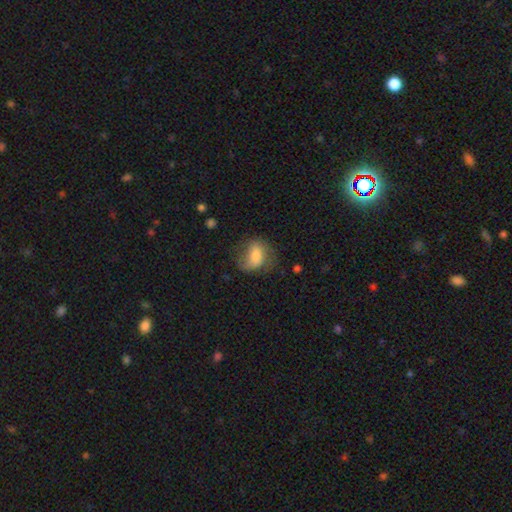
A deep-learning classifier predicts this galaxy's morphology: The model was most divided on "merging": none: 51%, minor disturbance: 28%, major disturbance: 19%, merger: 2%. More confident: how rounded — in between (71%); smooth or featured — smooth (62%).